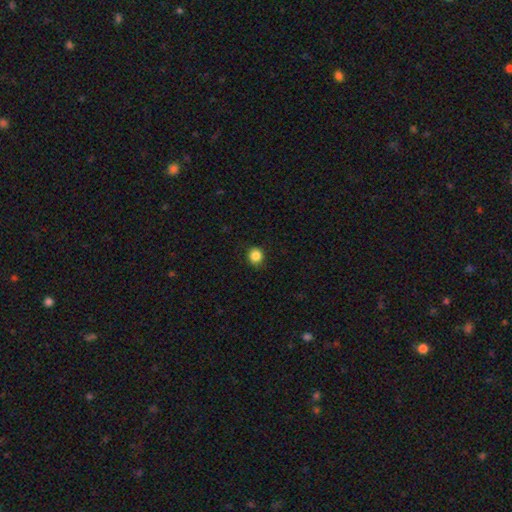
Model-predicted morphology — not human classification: This appears to be a smooth galaxy with no disk features (85%) that is round (83%). Merging: none (87%).